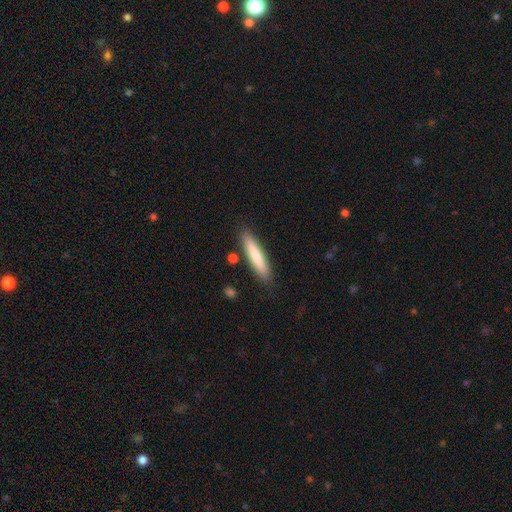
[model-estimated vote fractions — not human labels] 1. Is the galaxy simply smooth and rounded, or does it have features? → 73% smooth, 21% featured or disk, 6% star or artifact.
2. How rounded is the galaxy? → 89% cigar-shaped, 10% in between, 1% round.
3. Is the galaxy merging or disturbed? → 86% none, 9% minor disturbance, 2% merger, 2% major disturbance.